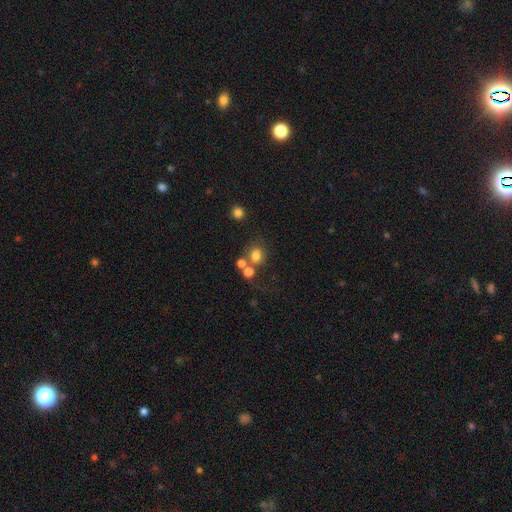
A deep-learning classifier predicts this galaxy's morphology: Smooth or featured: smooth — 75% (star or artifact — 14%)
How rounded: round — 69% (in between — 30%)
Merging: none — 51% (merger — 30%)